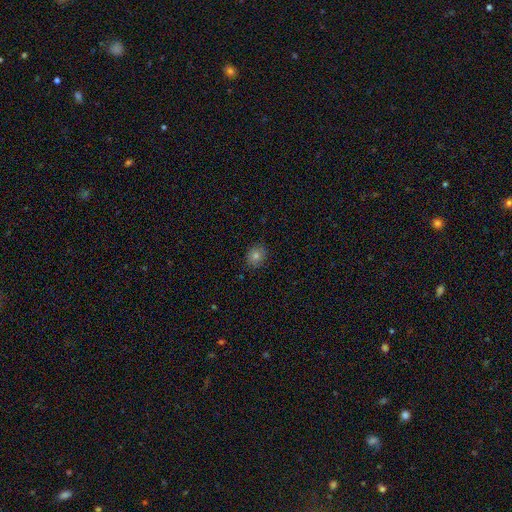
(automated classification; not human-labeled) Smooth or featured? Predicted: smooth (p=0.76). How rounded? Predicted: round (p=0.68). Merging? Predicted: none (p=0.87).